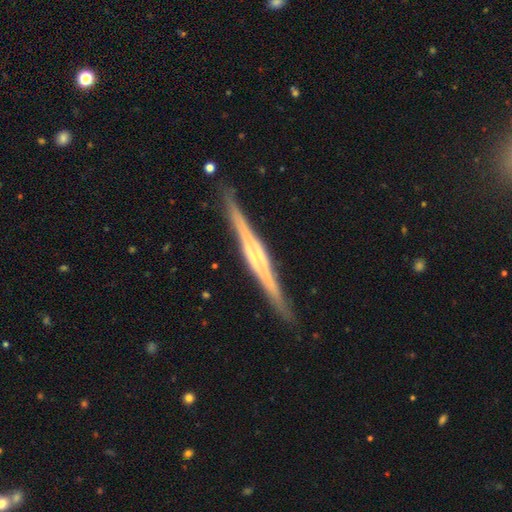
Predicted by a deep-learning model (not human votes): This is clearly a featured or disk galaxy (83%). It is clearly viewed edge-on (98%). Edge-on bulge: possibly boxy (50%). Merging: clearly none (89%).